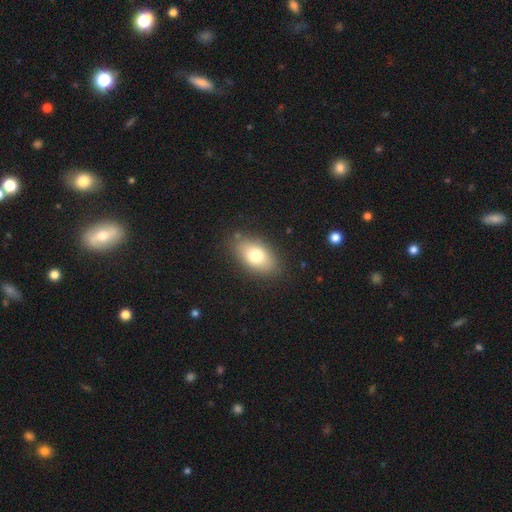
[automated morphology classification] A smooth galaxy with no disk features (76%) that is in between round and cigar-shaped (90%).

Vote fractions:
- Smooth or featured? smooth: 76% / featured or disk: 16% / star or artifact: 8%
- How rounded? in between: 90% / round: 8% / cigar-shaped: 2%
- Merging? none: 82% / minor disturbance: 13% / major disturbance: 4% / merger: 2%